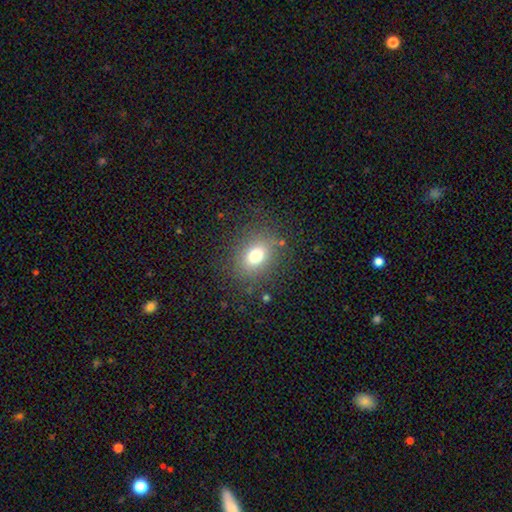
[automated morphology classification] smooth 73%, star or artifact 15%, featured or disk 12%. Down the decision tree: how rounded — round (52%); merging — none (82%).